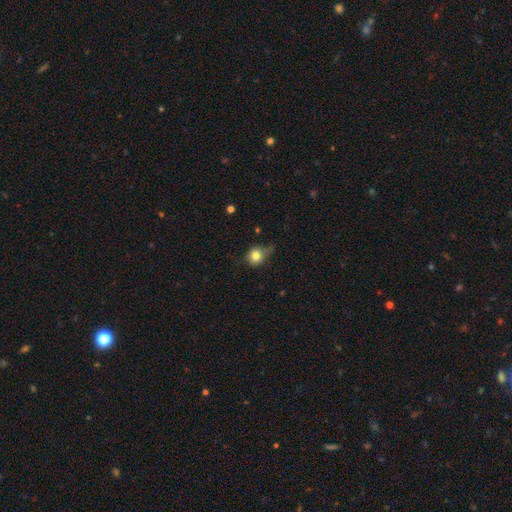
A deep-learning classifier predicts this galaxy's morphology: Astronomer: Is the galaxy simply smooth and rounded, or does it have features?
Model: smooth — 77%.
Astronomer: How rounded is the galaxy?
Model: round — 66%.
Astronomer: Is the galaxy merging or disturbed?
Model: none — 45% (runner-up: minor disturbance, 37%).